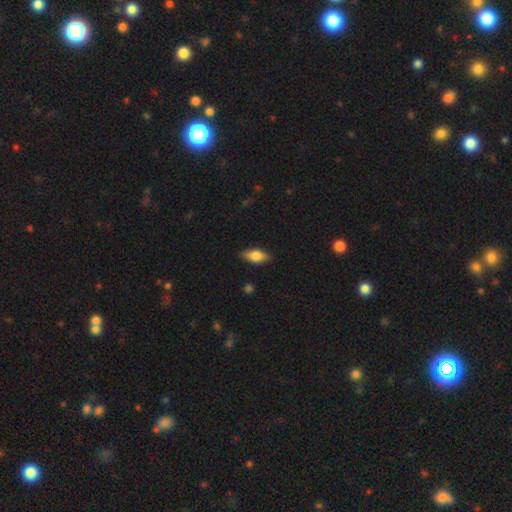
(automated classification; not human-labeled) Overall: smooth (78%). How rounded: in between (85%). Merging: none (86%).